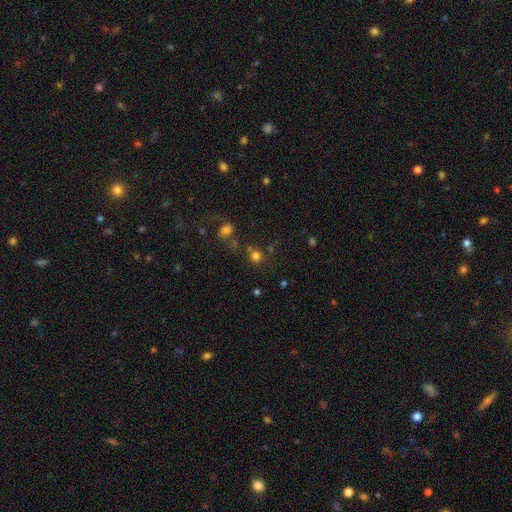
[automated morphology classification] Smooth or featured? Predicted: smooth (p=0.75). How rounded? Predicted: round (p=0.89). Merging? Predicted: none (p=0.70).